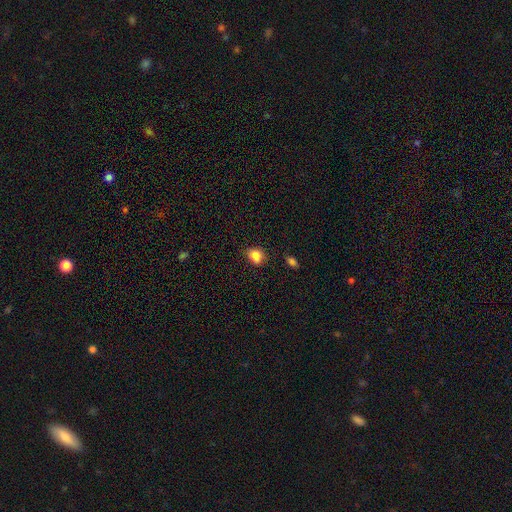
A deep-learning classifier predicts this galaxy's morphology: Smooth or featured? smooth (86%)
How rounded? in between (58%)
Merging? none (68%)